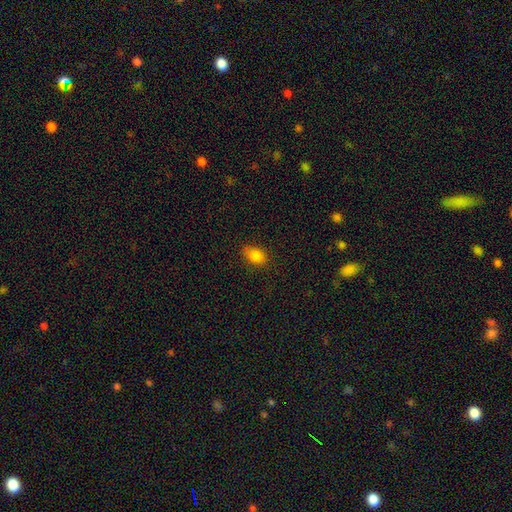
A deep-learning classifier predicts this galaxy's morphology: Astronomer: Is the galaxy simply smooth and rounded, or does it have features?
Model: smooth — 84%.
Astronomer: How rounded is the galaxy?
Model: in between — 81%.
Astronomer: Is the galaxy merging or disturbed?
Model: none — 79%.